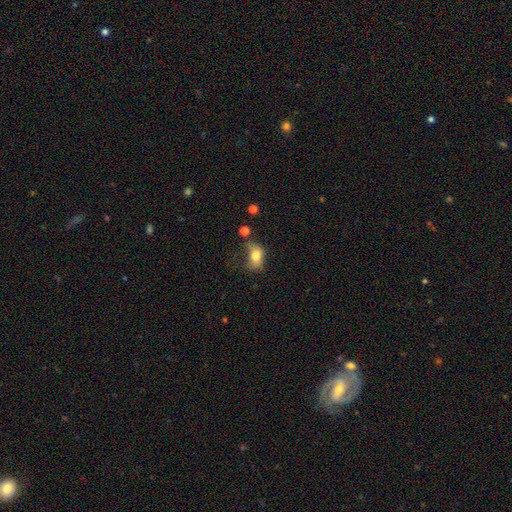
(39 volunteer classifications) This is likely a smooth galaxy (74%). How rounded: likely in between (72%). Merging: possibly major disturbance (53%).